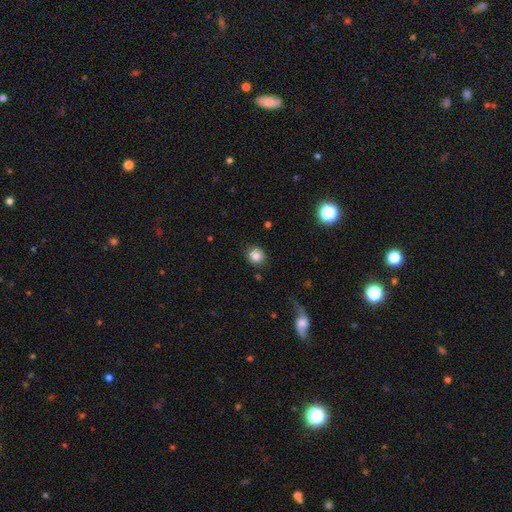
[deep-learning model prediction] This is clearly a smooth galaxy (84%). How rounded: clearly round (84%). Merging: clearly none (86%).